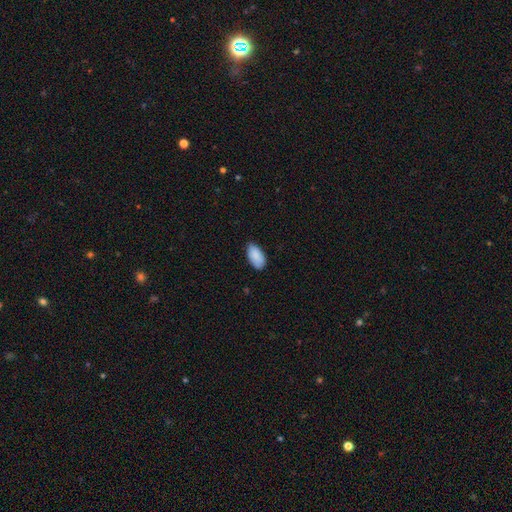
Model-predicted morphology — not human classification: The model was most divided on "merging": none: 78%, minor disturbance: 18%, major disturbance: 2%, merger: 1%. More confident: how rounded — in between (95%); smooth or featured — smooth (89%).